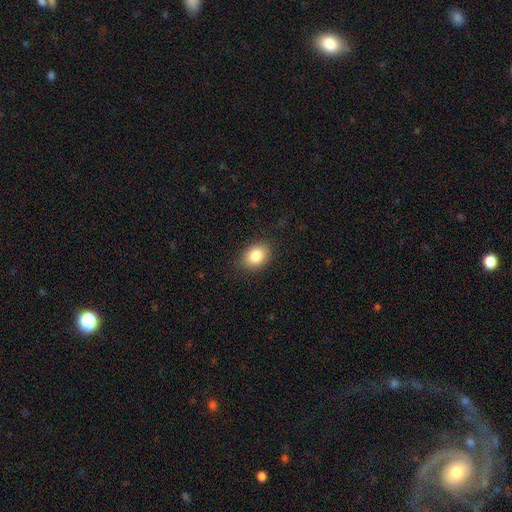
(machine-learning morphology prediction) Overall: smooth (84%). How rounded: in between (71%). Merging: none (86%).